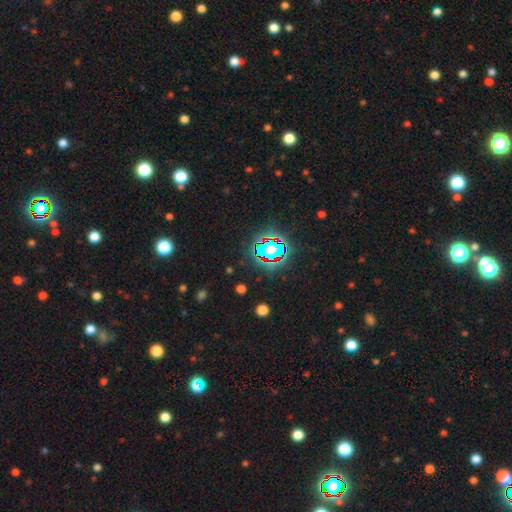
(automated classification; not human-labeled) Overall: star or artifact (80%).